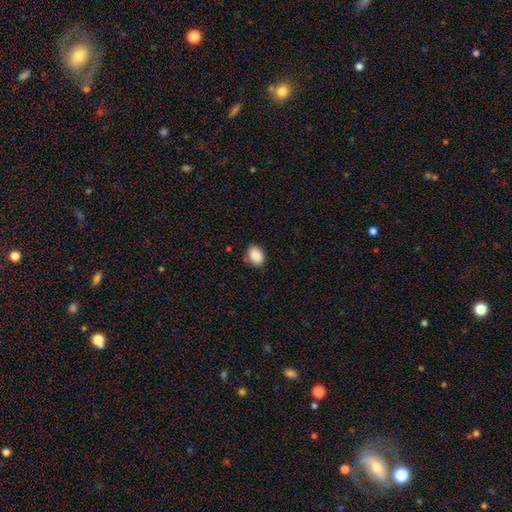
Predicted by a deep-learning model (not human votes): Q: Smooth or featured?
A: smooth (89%); runner-up: star or artifact (7%)
Q: How rounded?
A: in between (74%); runner-up: round (25%)
Q: Merging?
A: none (80%); runner-up: minor disturbance (16%)